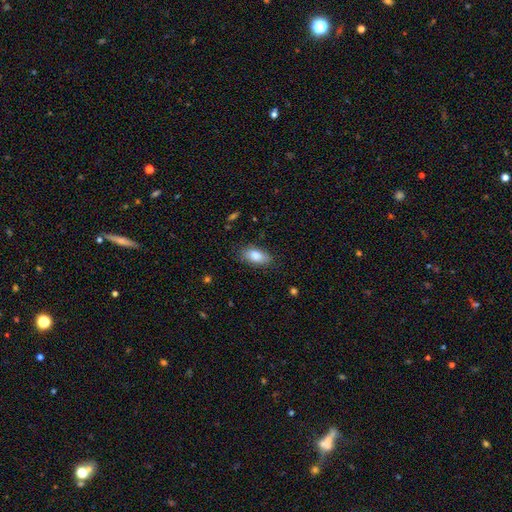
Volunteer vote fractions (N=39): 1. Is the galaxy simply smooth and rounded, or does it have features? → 92% smooth, 5% star or artifact, 3% featured or disk.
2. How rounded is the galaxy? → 92% in between, 6% round, 3% cigar-shaped.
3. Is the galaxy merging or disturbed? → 89% none, 11% minor disturbance, 0% major disturbance, 0% merger.